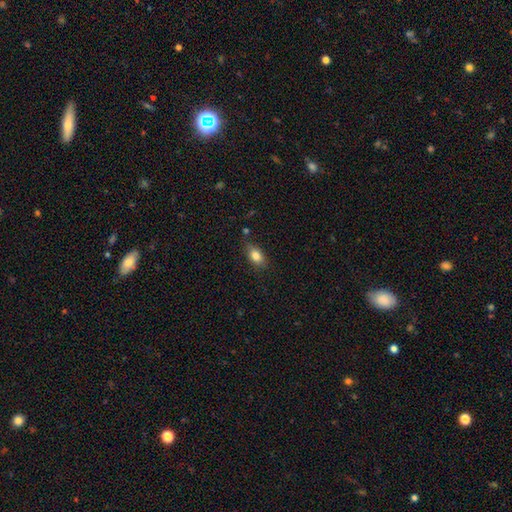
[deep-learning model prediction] Smooth or featured: smooth — 81% (featured or disk — 10%)
How rounded: in between — 84% (round — 11%)
Merging: none — 75% (minor disturbance — 18%)